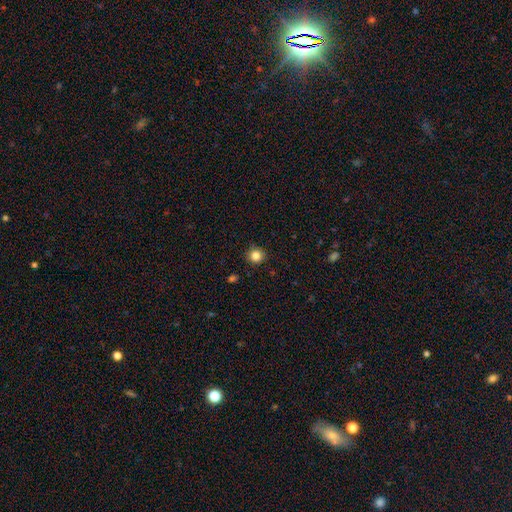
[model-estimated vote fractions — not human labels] smooth-or-featured: smooth: 84% | star or artifact: 12% | featured or disk: 4%
  how-rounded: round: 94% | in between: 5% | cigar-shaped: 1%
  merging: none: 90% | minor disturbance: 7% | major disturbance: 2% | merger: 1%